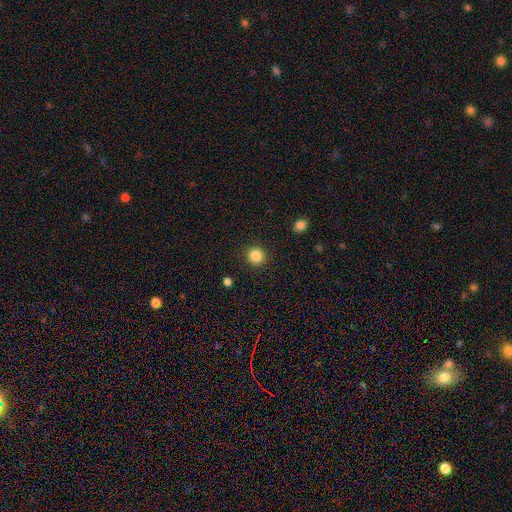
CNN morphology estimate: A smooth galaxy with no disk features (86%) that is round (92%).

Vote fractions:
- Smooth or featured? smooth: 86% / star or artifact: 11% / featured or disk: 4%
- How rounded? round: 92% / in between: 7% / cigar-shaped: 1%
- Merging? none: 91% / minor disturbance: 5% / major disturbance: 2% / merger: 1%